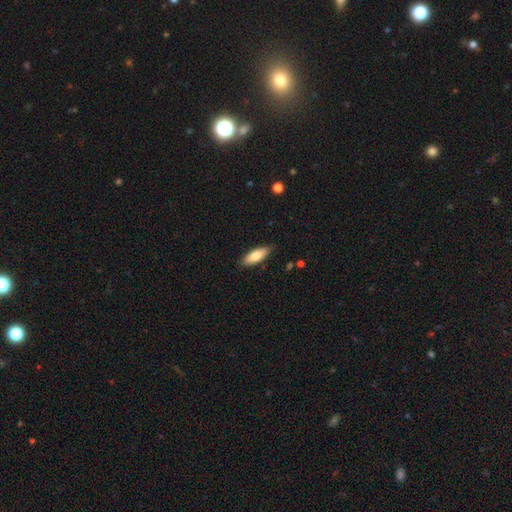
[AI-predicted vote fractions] A smooth galaxy with no disk features (78%) that is in between round and cigar-shaped (65%).

Vote fractions:
- Smooth or featured? smooth: 78% / featured or disk: 17% / star or artifact: 6%
- How rounded? in between: 65% / cigar-shaped: 34% / round: 2%
- Merging? none: 87% / minor disturbance: 10% / major disturbance: 2% / merger: 1%